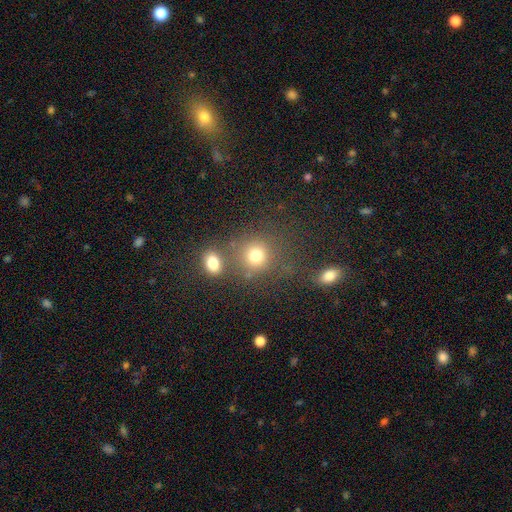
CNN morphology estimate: Smooth or featured? Predicted: smooth (p=0.77). How rounded? Predicted: round (p=0.84). Merging? Predicted: none (p=0.63).